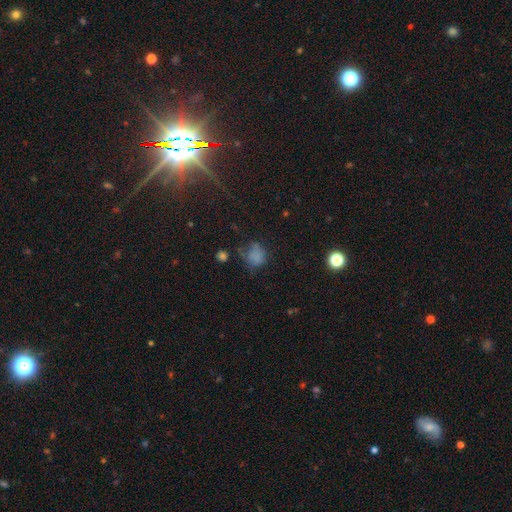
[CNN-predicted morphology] Smooth or featured: smooth — 69% (star or artifact — 18%)
How rounded: round — 56% (in between — 42%)
Merging: none — 42% (minor disturbance — 28%)